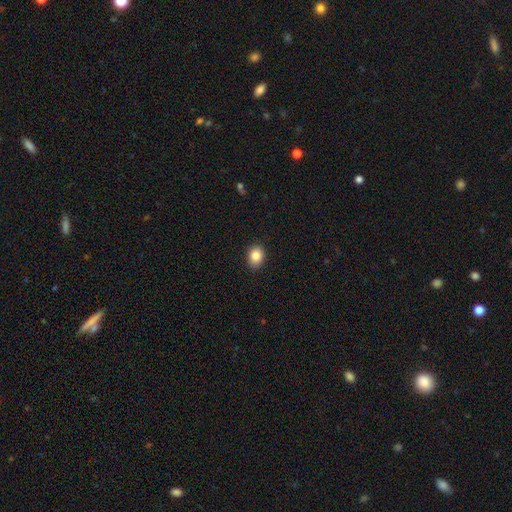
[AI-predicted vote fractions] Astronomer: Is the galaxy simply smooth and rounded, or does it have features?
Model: smooth — 85%.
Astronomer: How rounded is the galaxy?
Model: in between — 58% (runner-up: round, 41%).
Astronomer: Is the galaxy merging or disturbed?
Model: none — 89%.